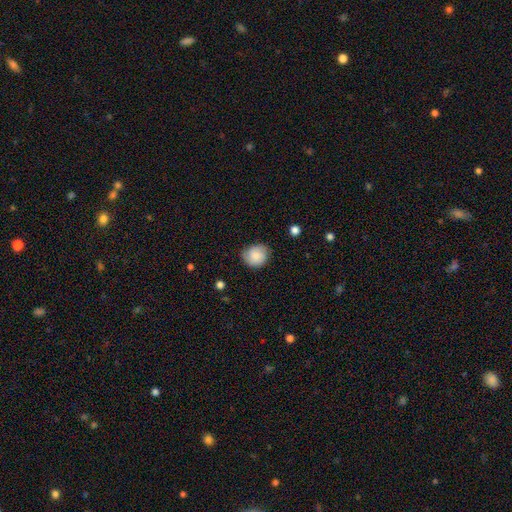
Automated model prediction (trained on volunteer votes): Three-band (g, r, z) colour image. It shows a smooth galaxy with no disk features (72%) that is round (72%). Merging: none (73%).